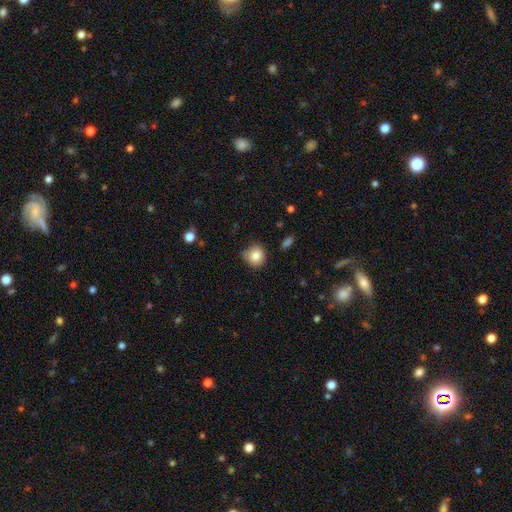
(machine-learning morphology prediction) Q: Smooth or featured?
A: smooth (83%); runner-up: star or artifact (10%)
Q: How rounded?
A: round (88%); runner-up: in between (11%)
Q: Merging?
A: none (74%); runner-up: minor disturbance (20%)